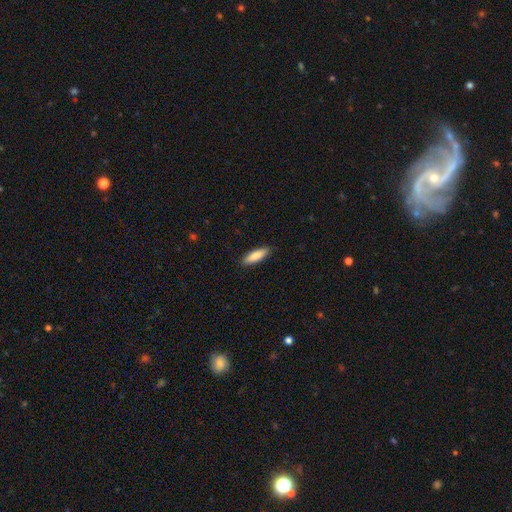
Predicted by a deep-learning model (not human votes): smooth 85%, featured or disk 9%, star or artifact 5%. Down the decision tree: how rounded — in between (51%); merging — none (89%).